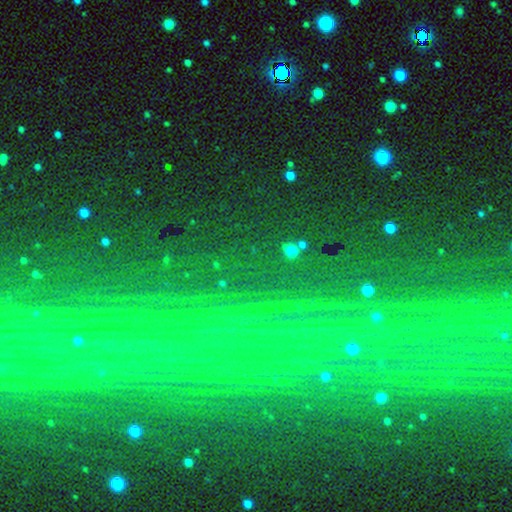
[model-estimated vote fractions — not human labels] Smooth or featured: star or artifact — 81% (smooth — 10%)